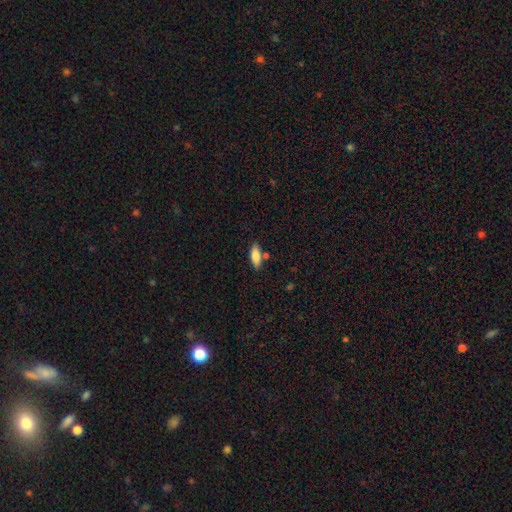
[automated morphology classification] The model was most divided on "how rounded": in between: 73%, cigar-shaped: 25%, round: 3%. More confident: smooth or featured — smooth (78%); merging — none (75%).